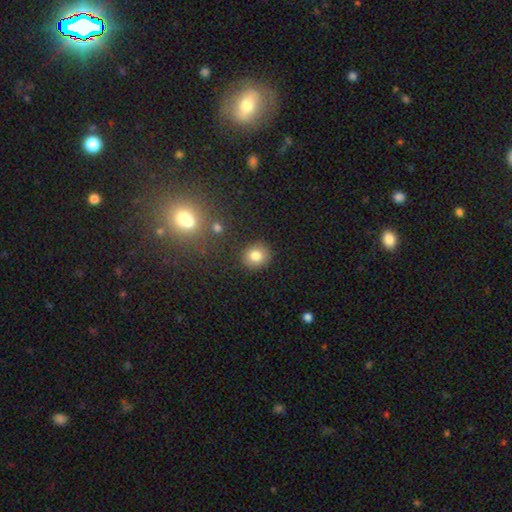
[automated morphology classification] smooth_or_featured: smooth (p=0.81) [alt: star or artifact p=0.11]
how_rounded: round (p=0.80) [alt: in between p=0.19]
merging: none (p=0.86) [alt: minor disturbance p=0.09]